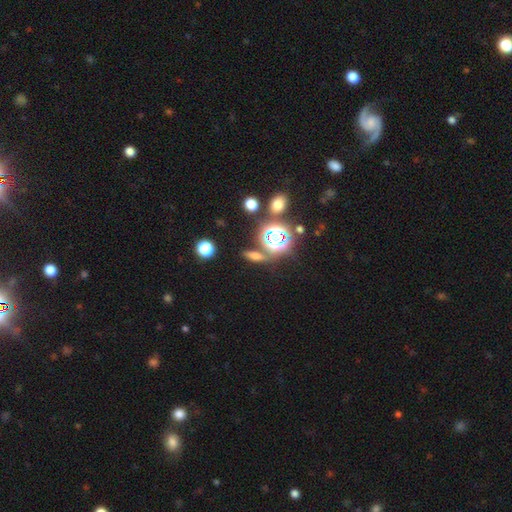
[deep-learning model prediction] Overall: smooth (47%; star or artifact 30%). Merging: none (74%).